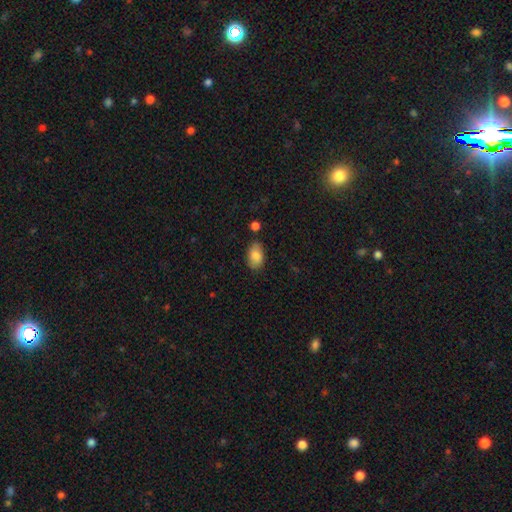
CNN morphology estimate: Smooth or featured?
  - smooth: 84% *
  - featured or disk: 9%
  - star or artifact: 7%
How rounded?
  - in between: 92% *
  - round: 6%
  - cigar-shaped: 2%
Merging?
  - none: 79% *
  - minor disturbance: 15%
  - merger: 3%
  - major disturbance: 3%